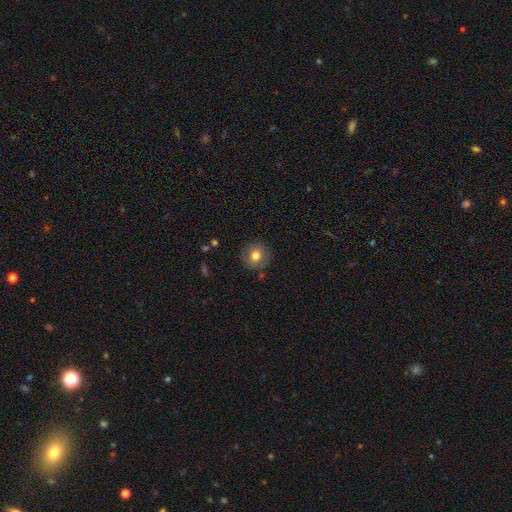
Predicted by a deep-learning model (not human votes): Smooth or featured: smooth — 78% (featured or disk — 12%)
How rounded: round — 92% (in between — 7%)
Merging: none — 88% (minor disturbance — 8%)